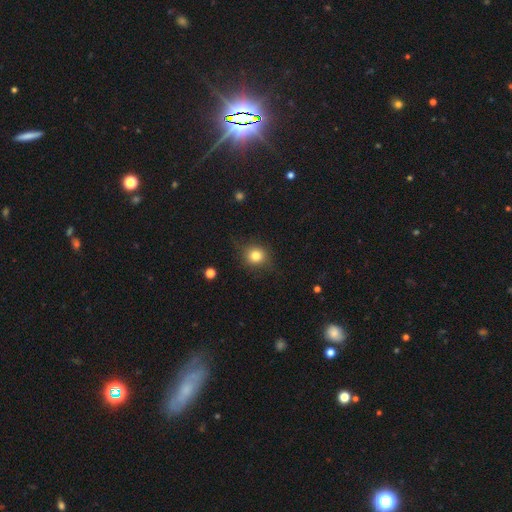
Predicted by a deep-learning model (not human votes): smooth-or-featured: smooth: 81% | star or artifact: 11% | featured or disk: 8%
  how-rounded: round: 84% | in between: 15% | cigar-shaped: 1%
  merging: none: 79% | minor disturbance: 15% | major disturbance: 4% | merger: 1%